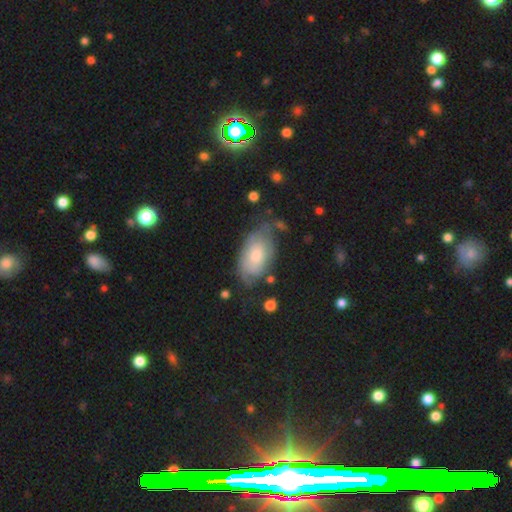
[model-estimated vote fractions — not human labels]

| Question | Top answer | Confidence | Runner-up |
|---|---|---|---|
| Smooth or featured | smooth | 49% | featured or disk (44%) |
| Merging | none | 54% | minor disturbance (30%) |